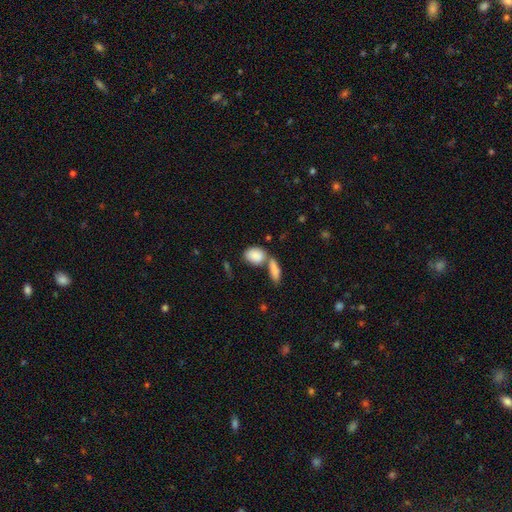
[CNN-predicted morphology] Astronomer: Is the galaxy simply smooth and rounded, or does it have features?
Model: smooth — 86%.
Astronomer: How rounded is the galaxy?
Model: in between — 74%.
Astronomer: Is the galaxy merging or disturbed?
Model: merger — 46% (runner-up: none, 39%).